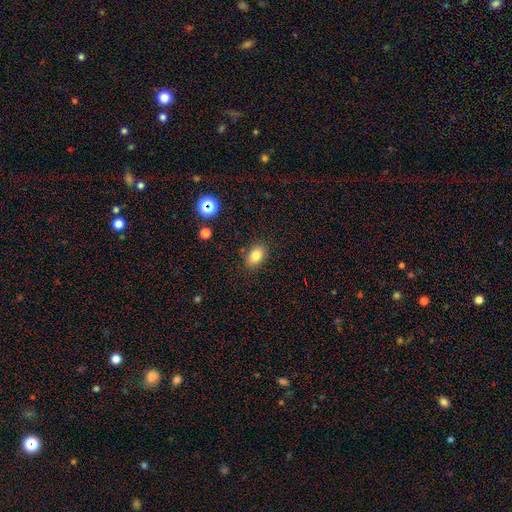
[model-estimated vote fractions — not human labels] The model was most divided on "how rounded": in between: 82%, round: 17%, cigar-shaped: 1%. More confident: merging — none (86%); smooth or featured — smooth (83%).